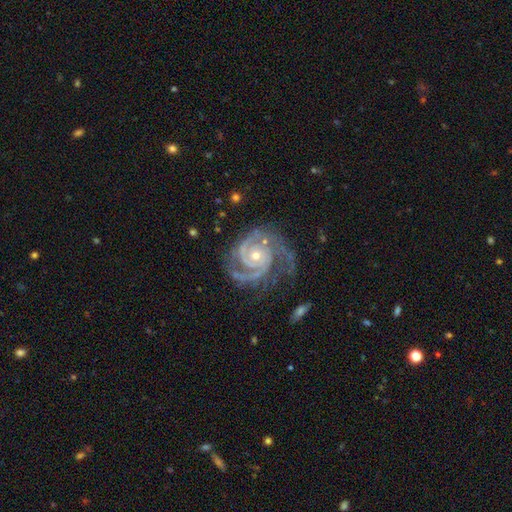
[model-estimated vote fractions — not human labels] A featured or disk galaxy (94%) with no bar (74%), 2 (56%) tight (64%) spiral arms (99%) and a small central bulge (60%).

Vote fractions:
- Smooth or featured? featured or disk: 94% / star or artifact: 4% / smooth: 2%
- Edge-on disk? no: 98% / yes: 2%
- Bar? no: 74% / weak: 19% / strong: 7%
- Spiral arms? yes: 99% / no: 1%
- Spiral winding? tight: 64% / medium: 32% / loose: 3%
- Spiral arm count? 2: 56% / 3: 28% / can't tell: 5% / 4: 4% / 1: 3% / more than 4: 3%
- Bulge size? small: 60% / moderate: 37% / large: 1% / none: 1% / dominant: 1%
- Merging? none: 69% / minor disturbance: 20% / major disturbance: 10% / merger: 2%